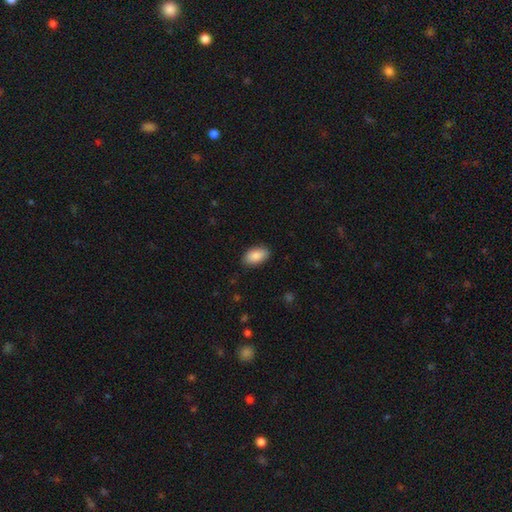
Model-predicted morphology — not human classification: Smooth or featured? smooth (88%)
How rounded? in between (94%)
Merging? none (88%)